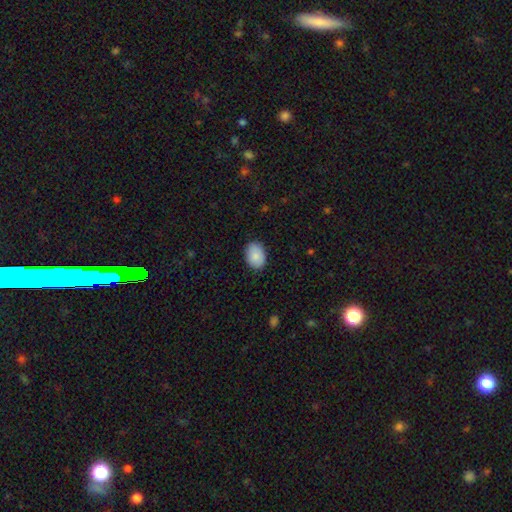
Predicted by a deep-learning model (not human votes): smooth_or_featured: smooth (p=0.88) [alt: star or artifact p=0.07]
how_rounded: in between (p=0.82) [alt: round p=0.17]
merging: none (p=0.87) [alt: minor disturbance p=0.10]